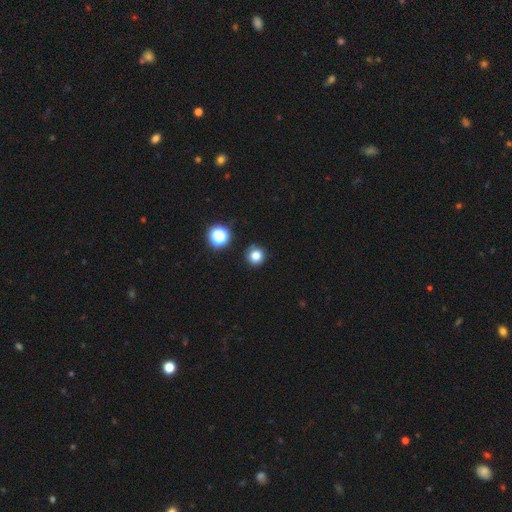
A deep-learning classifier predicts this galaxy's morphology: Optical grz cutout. It shows a smooth galaxy with no disk features (79%) that is round (93%). Merging: none (89%).